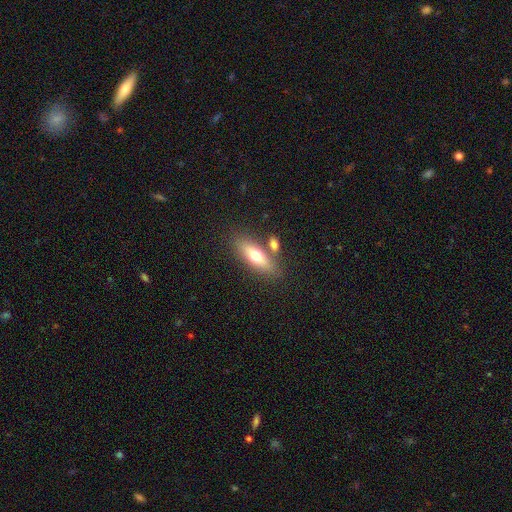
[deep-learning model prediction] smooth-or-featured: smooth: 65% | featured or disk: 28% | star or artifact: 7%
  how-rounded: in between: 58% | cigar-shaped: 39% | round: 3%
  merging: none: 68% | merger: 17% | minor disturbance: 12% | major disturbance: 4%